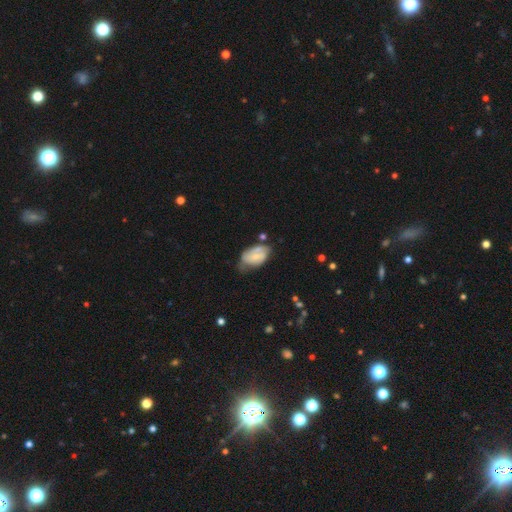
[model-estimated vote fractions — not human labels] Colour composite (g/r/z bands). It shows a smooth galaxy with no disk features (51%) that is in between round and cigar-shaped (92%). Merging: none (39%).